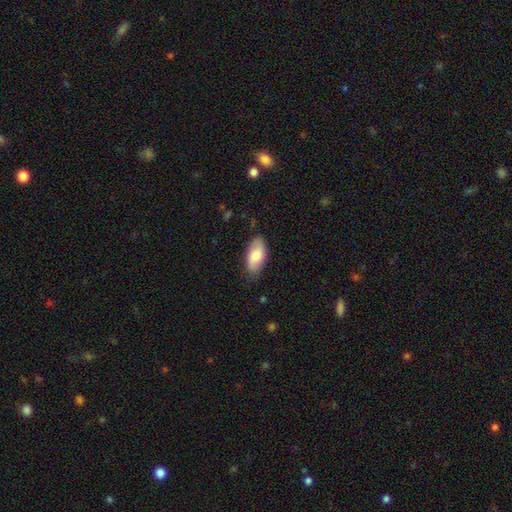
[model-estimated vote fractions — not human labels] smooth 75%, featured or disk 19%, star or artifact 6%. Down the decision tree: how rounded — in between (92%); merging — none (79%).